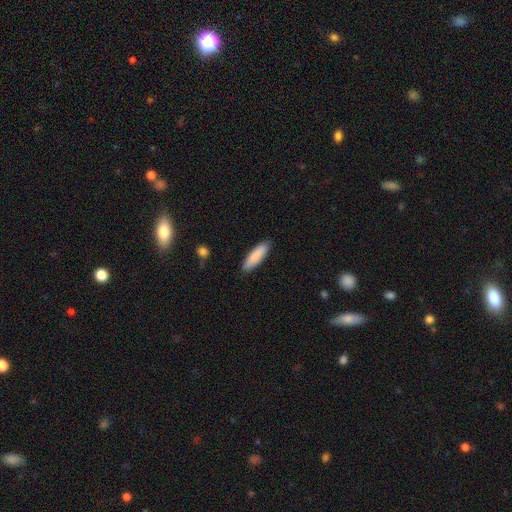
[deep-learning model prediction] This appears to be a smooth galaxy with no disk features (87%) that is cigar-shaped (61%). Merging: none (89%).